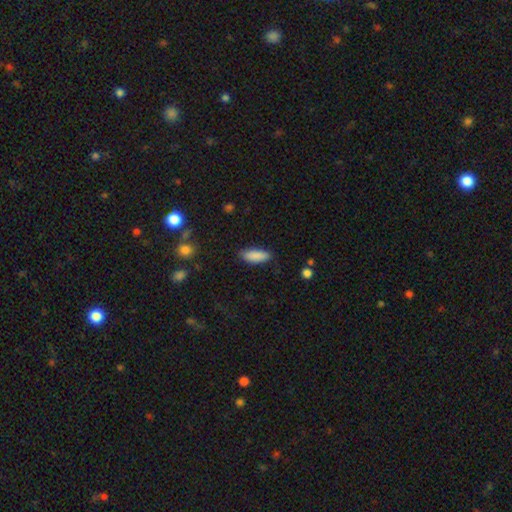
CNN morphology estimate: The model was most divided on "how rounded": in between: 66%, cigar-shaped: 32%, round: 2%. More confident: smooth or featured — smooth (88%); merging — none (85%).